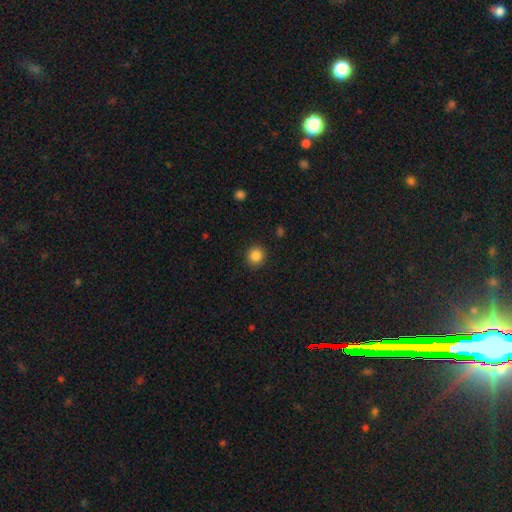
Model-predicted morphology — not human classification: smooth_or_featured: smooth (p=0.86) [alt: star or artifact p=0.10]
how_rounded: round (p=0.92) [alt: in between p=0.07]
merging: none (p=0.91) [alt: minor disturbance p=0.06]